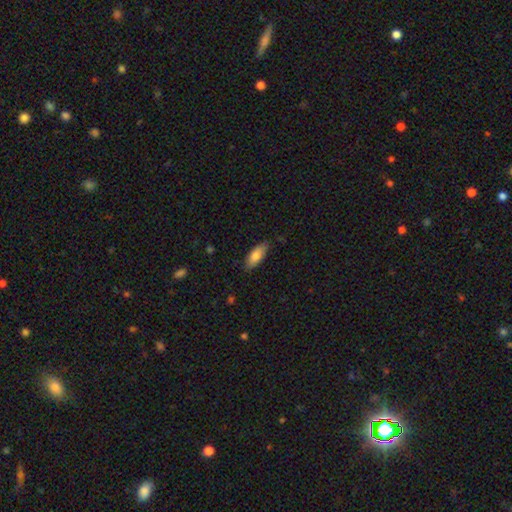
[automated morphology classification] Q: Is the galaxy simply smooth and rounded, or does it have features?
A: smooth — 79%.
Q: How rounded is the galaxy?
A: in between — 75%.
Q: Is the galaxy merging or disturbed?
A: none — 82%.